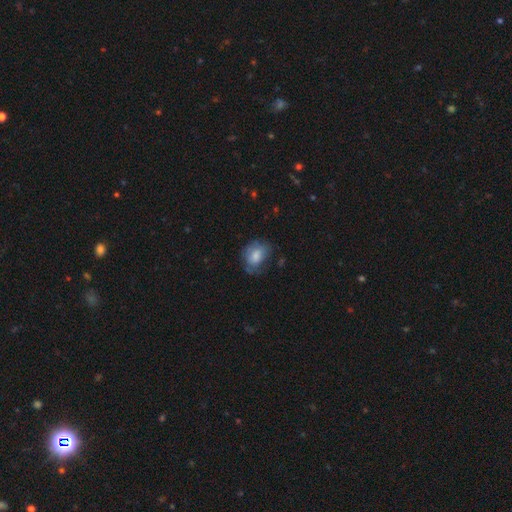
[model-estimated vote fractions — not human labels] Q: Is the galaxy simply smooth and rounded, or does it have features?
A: smooth — 74%.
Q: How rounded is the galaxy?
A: in between — 64%.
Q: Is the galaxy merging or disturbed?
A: none — 51%.